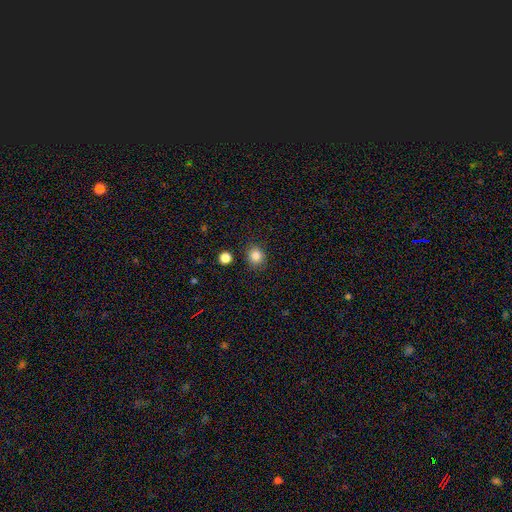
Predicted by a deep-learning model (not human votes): A smooth galaxy with no disk features (84%) that is round (80%).

Vote fractions:
- Smooth or featured? smooth: 84% / star or artifact: 11% / featured or disk: 5%
- How rounded? round: 80% / in between: 19% / cigar-shaped: 1%
- Merging? none: 86% / minor disturbance: 9% / merger: 3% / major disturbance: 2%